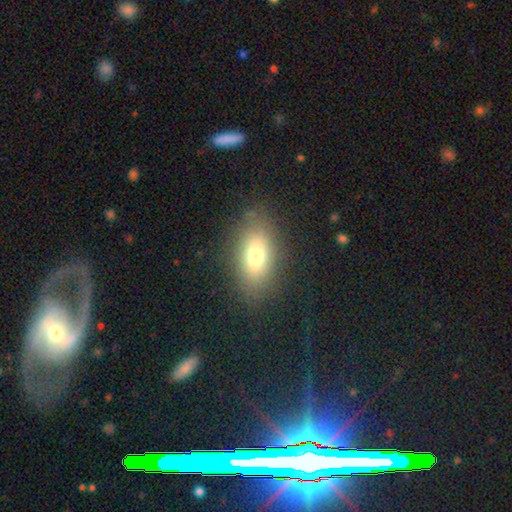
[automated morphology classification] type=smooth (75%); roundness=in between (86%); merging=none (83%).